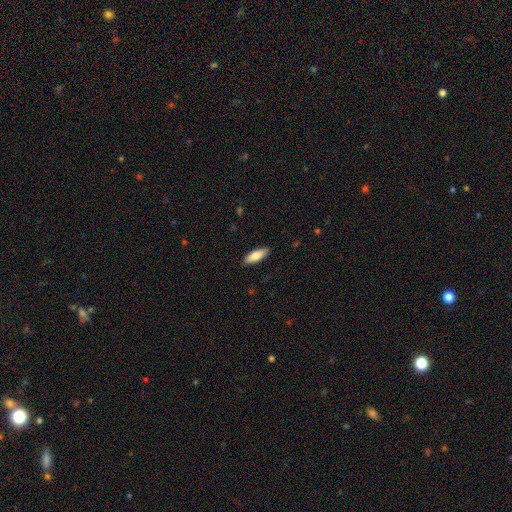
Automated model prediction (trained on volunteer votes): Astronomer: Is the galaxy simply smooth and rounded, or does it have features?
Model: smooth — 80%.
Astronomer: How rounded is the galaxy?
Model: in between — 55% (runner-up: cigar-shaped, 44%).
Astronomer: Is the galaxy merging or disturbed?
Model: none — 87%.